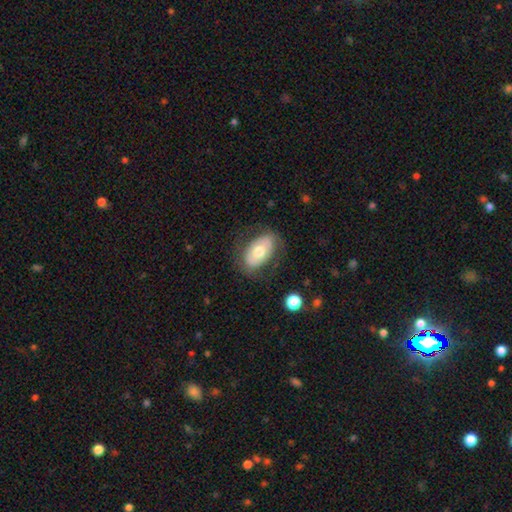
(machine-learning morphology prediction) type=smooth (48%); merging=none (75%).